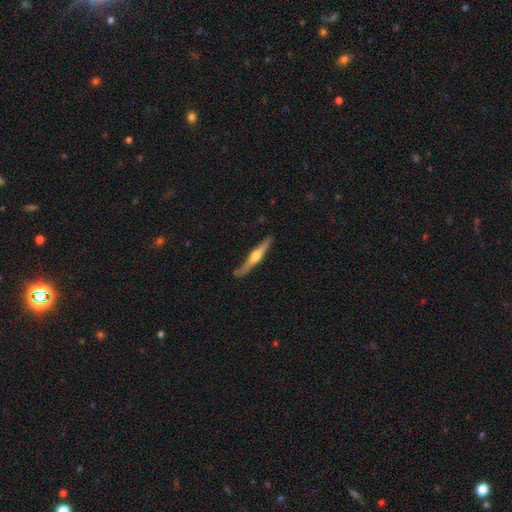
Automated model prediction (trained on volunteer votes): smooth-or-featured: featured or disk: 66% | smooth: 29% | star or artifact: 5%
  disk-edge-on: yes: 97% | no: 3%
    edge-on-bulge: rounded: 93% | none: 4% | boxy: 3%
  merging: none: 83% | minor disturbance: 12% | merger: 3% | major disturbance: 2%